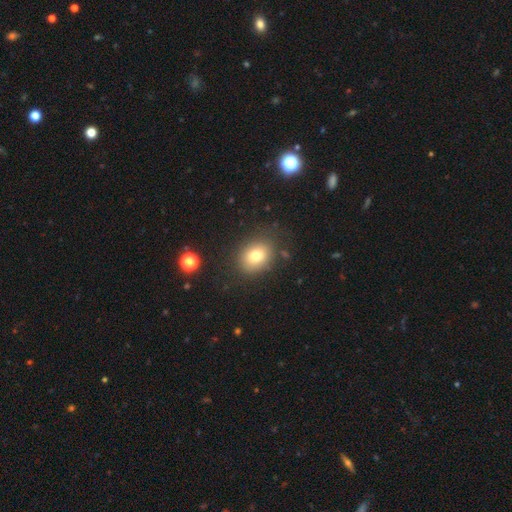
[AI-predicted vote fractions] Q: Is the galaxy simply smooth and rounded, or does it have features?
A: smooth — 77%.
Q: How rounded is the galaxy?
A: in between — 53%.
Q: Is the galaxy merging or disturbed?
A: none — 81%.